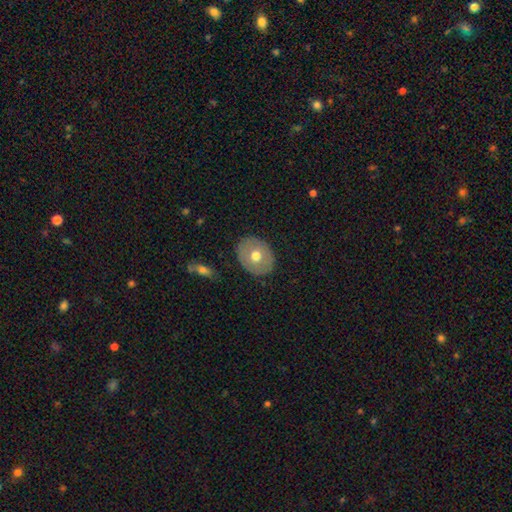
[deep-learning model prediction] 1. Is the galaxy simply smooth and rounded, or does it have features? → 62% smooth, 31% featured or disk, 7% star or artifact.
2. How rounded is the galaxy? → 53% in between, 46% round, 1% cigar-shaped.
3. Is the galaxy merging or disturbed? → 87% none, 9% minor disturbance, 3% major disturbance, 1% merger.